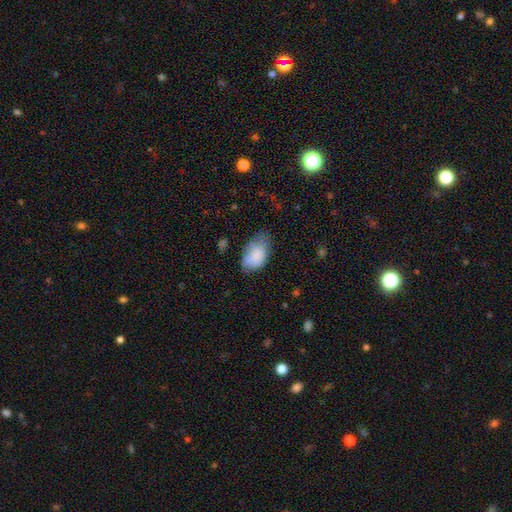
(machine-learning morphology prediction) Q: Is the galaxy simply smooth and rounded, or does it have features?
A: smooth — 82%.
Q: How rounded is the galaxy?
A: in between — 92%.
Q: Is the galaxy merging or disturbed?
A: none — 43%.